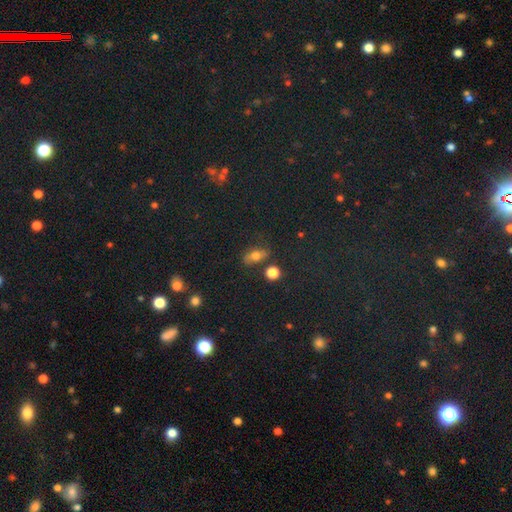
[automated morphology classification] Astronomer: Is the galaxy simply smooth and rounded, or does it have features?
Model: smooth — 59%.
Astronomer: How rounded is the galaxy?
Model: in between — 66%.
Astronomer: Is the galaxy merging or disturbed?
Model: none — 70%.